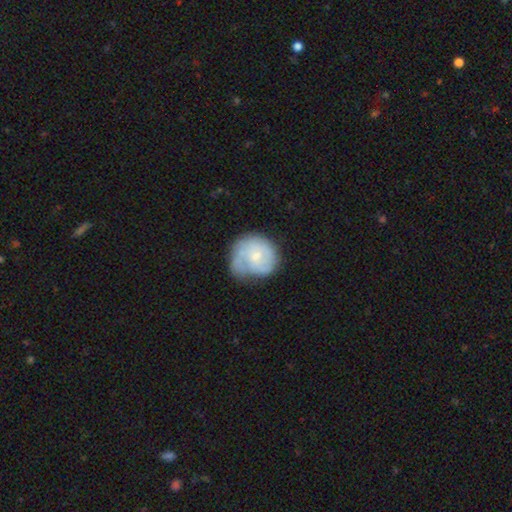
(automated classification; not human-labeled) Smooth or featured?
  - featured or disk: 55% *
  - smooth: 39%
  - star or artifact: 6%
Edge-on disk?
  - no: 98% *
  - yes: 2%
Bar?
  - no: 73% *
  - weak: 24%
  - strong: 3%
Spiral arms?
  - yes: 73% *
  - no: 27%
Bulge size?
  - small: 56% *
  - moderate: 36%
  - none: 5%
  - large: 2%
  - dominant: 1%
Merging?
  - none: 44% *
  - minor disturbance: 31%
  - major disturbance: 18%
  - merger: 7%